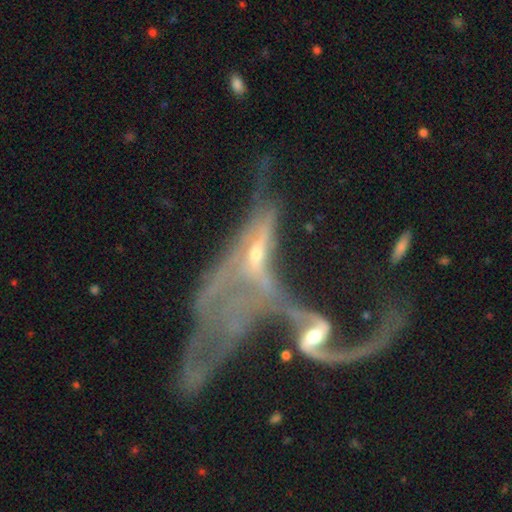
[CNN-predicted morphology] featured or disk 76%, smooth 14%, star or artifact 10%. Down the decision tree: edge-on disk — no (67%); bar — no (52%); spiral arms — yes (65%); bulge size — small (46%); merging — merger (69%).